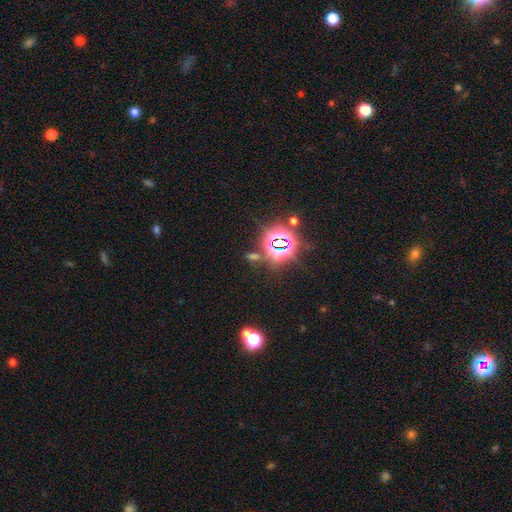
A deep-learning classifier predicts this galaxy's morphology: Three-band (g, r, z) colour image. It shows a star or artifact, not a galaxy (77%).